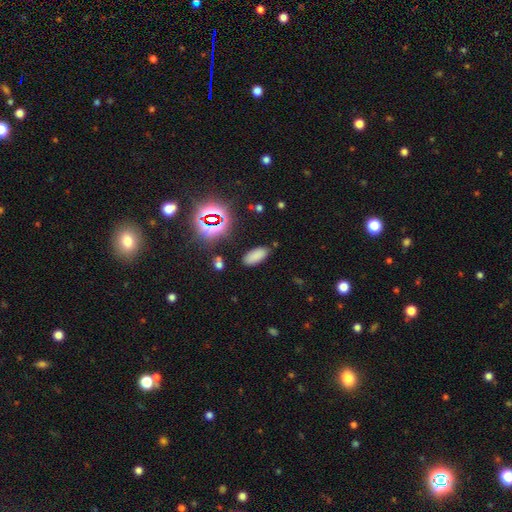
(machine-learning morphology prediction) smooth 76%, star or artifact 18%, featured or disk 6%. Down the decision tree: how rounded — in between (88%); merging — none (85%).